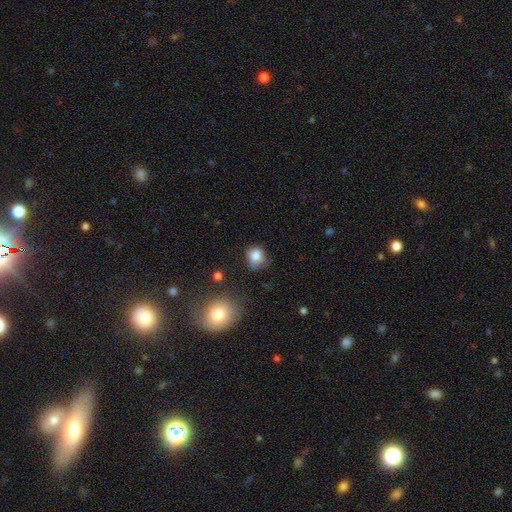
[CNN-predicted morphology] Overall: smooth (80%). How rounded: round (71%). Merging: none (57%; minor disturbance 29%).